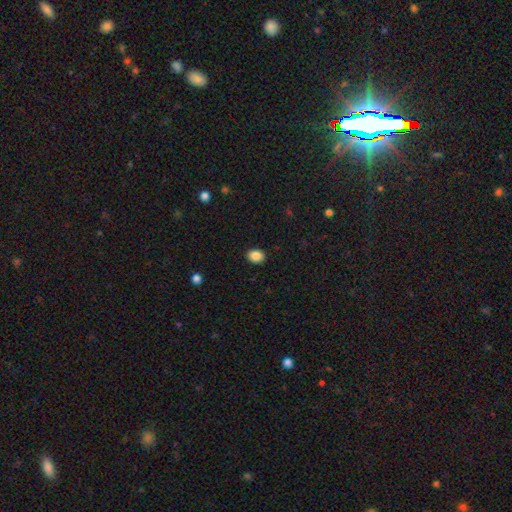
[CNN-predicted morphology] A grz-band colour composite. It shows a smooth galaxy with no disk features (87%) that is in between round and cigar-shaped (53%). Merging: none (91%).